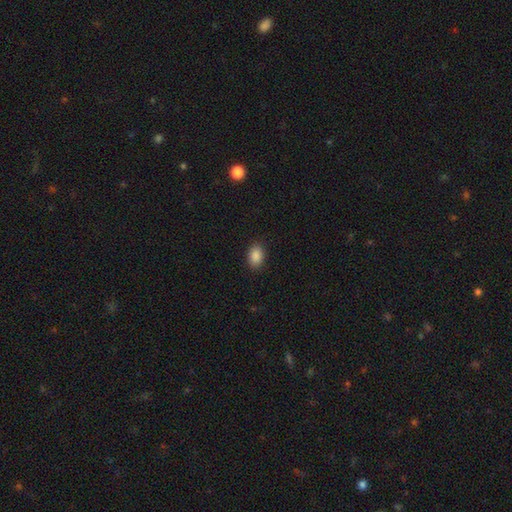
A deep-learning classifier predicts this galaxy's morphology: A smooth galaxy with no disk features (88%) that is in between round and cigar-shaped (83%).

Vote fractions:
- Smooth or featured? smooth: 88% / star or artifact: 9% / featured or disk: 3%
- How rounded? in between: 83% / round: 16% / cigar-shaped: 1%
- Merging? none: 89% / minor disturbance: 8% / major disturbance: 2% / merger: 1%